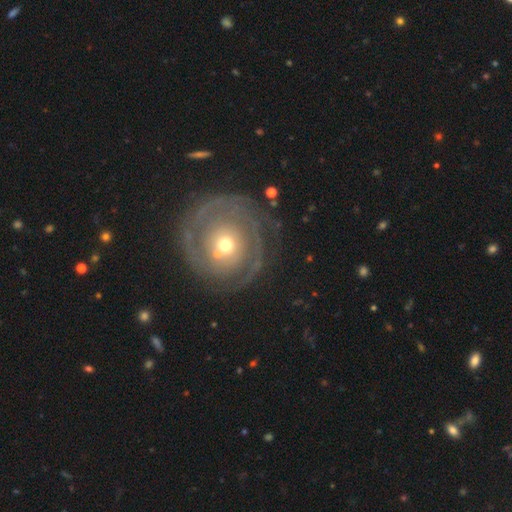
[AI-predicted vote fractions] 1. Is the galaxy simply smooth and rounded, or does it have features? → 80% featured or disk, 12% smooth, 8% star or artifact.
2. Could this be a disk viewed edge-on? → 97% no, 3% yes.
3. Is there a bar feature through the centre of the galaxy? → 63% no, 27% weak, 10% strong.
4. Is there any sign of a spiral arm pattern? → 86% yes, 14% no.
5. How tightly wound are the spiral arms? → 76% tight, 18% medium, 6% loose.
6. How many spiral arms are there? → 33% can't tell, 31% 2, 15% 3, 9% 1, 7% 4, 6% more than 4.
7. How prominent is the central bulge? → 52% moderate, 41% small, 4% large, 1% dominant, 1% none.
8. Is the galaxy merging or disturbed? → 77% none, 13% minor disturbance, 8% major disturbance, 2% merger.